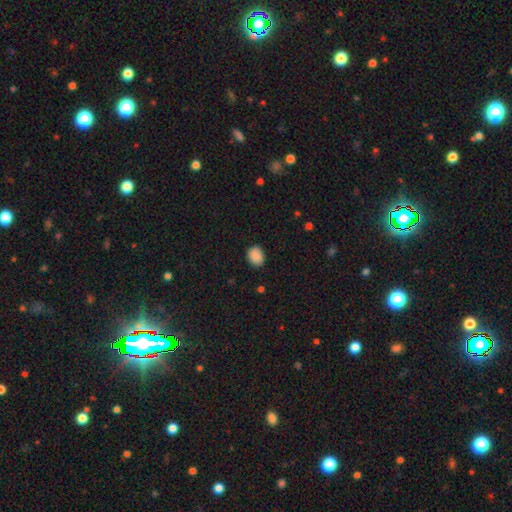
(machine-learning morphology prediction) Smooth or featured? Predicted: smooth (p=0.89). How rounded? Predicted: in between (p=0.52). Merging? Predicted: none (p=0.87).